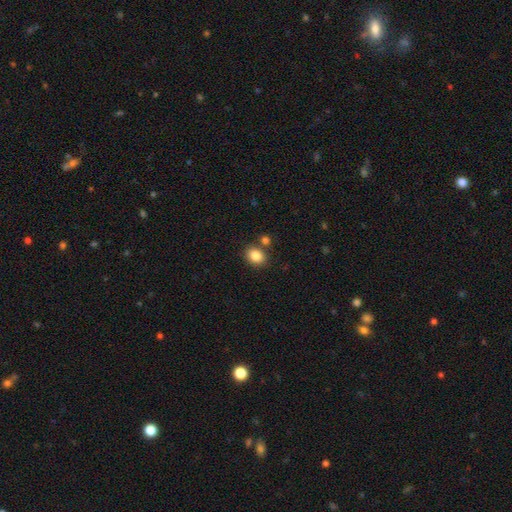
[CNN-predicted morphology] Smooth or featured: smooth — 85% (star or artifact — 9%)
How rounded: in between — 54% (round — 45%)
Merging: none — 76% (merger — 12%)